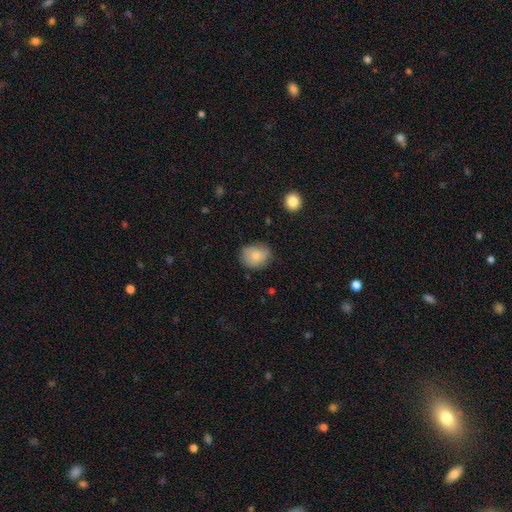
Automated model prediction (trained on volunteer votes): Morphology: type=smooth (79%); roundness=round (62%); merging=none (71%).